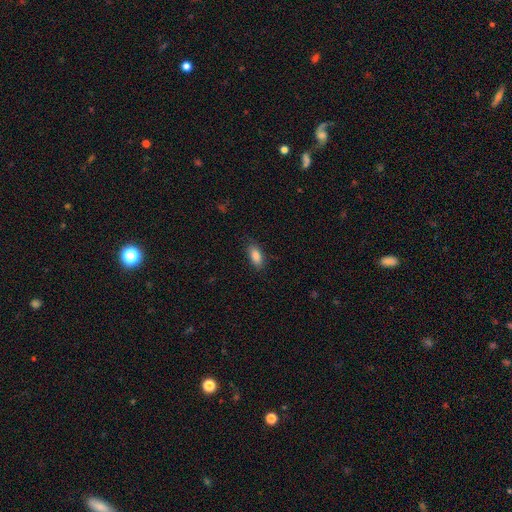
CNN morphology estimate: The model was most divided on "merging": none: 80%, minor disturbance: 15%, major disturbance: 4%, merger: 1%. More confident: how rounded — in between (88%); smooth or featured — smooth (86%).